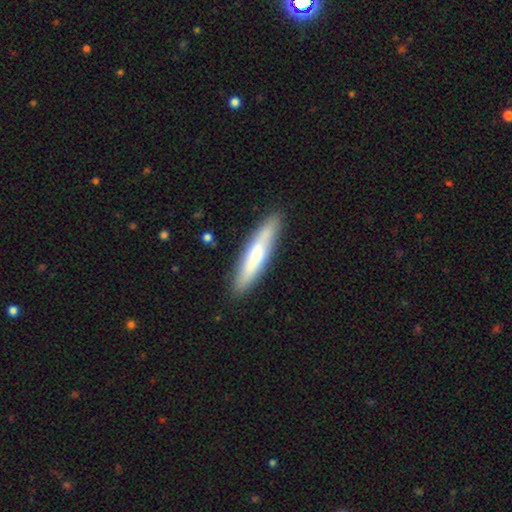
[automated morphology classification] Smooth or featured? Predicted: smooth (p=0.59). How rounded? Predicted: cigar-shaped (p=0.84). Merging? Predicted: none (p=0.87).